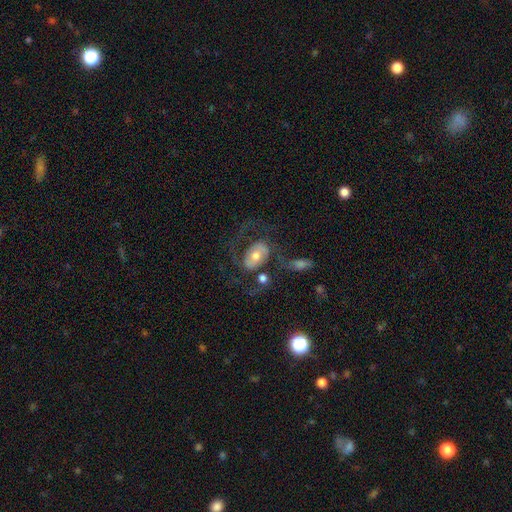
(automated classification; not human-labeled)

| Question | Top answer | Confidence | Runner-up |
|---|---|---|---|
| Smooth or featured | featured or disk | 62% | smooth (30%) |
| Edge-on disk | no | 95% | yes (5%) |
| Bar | no | 59% | weak (28%) |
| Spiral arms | yes | 71% | no (29%) |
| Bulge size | moderate | 65% | small (21%) |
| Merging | none | 45% | major disturbance (27%) |